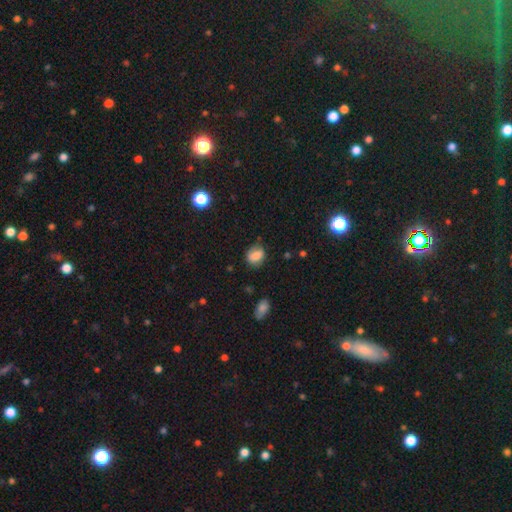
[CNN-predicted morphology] Q: Smooth or featured?
A: smooth (77%); runner-up: featured or disk (13%)
Q: How rounded?
A: in between (60%); runner-up: round (38%)
Q: Merging?
A: none (65%); runner-up: minor disturbance (25%)